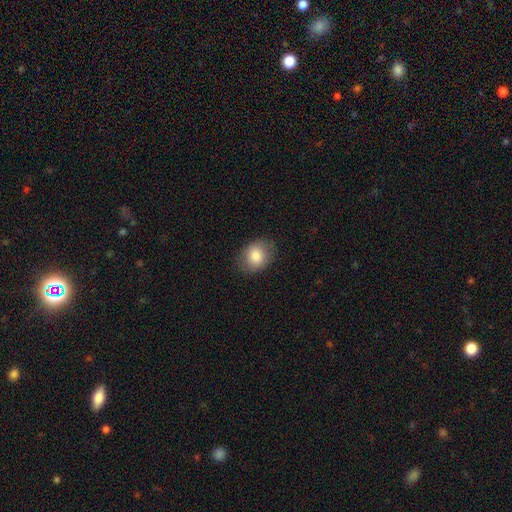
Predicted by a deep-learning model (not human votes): This is clearly a smooth galaxy (84%). How rounded: possibly in between (55%). Merging: clearly none (82%).